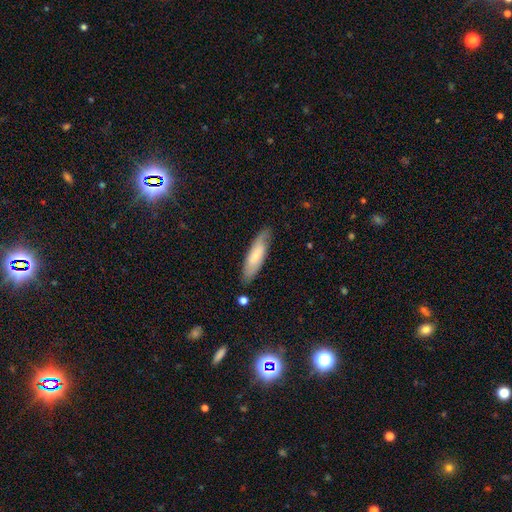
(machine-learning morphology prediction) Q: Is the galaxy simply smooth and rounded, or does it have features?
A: smooth — 65%.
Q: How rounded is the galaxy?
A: cigar-shaped — 63%.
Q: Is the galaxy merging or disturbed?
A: none — 78%.